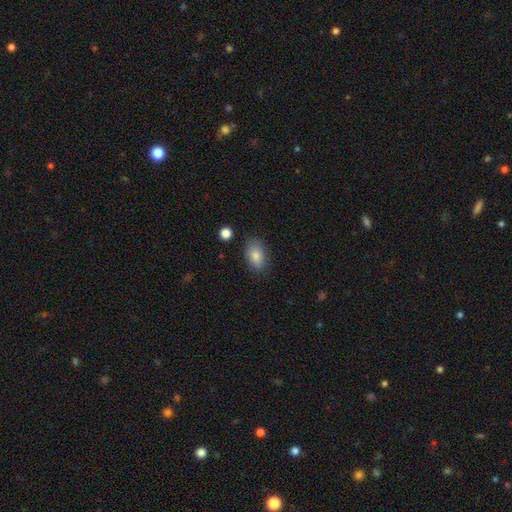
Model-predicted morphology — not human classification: smooth 85%, star or artifact 8%, featured or disk 7%. Down the decision tree: how rounded — in between (88%); merging — none (79%).